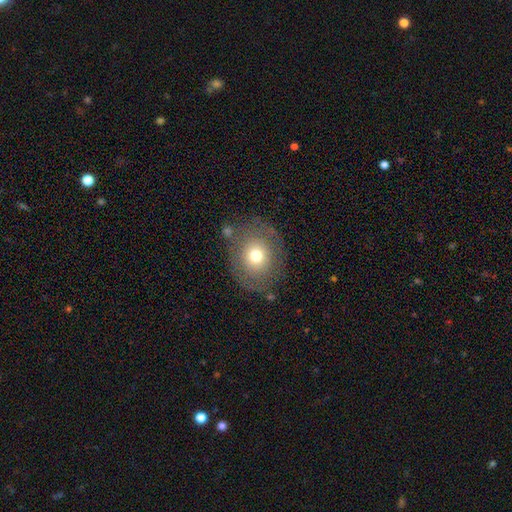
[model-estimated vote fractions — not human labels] This appears to be a smooth galaxy with no disk features (65%) that is round (72%). Merging: none (75%).